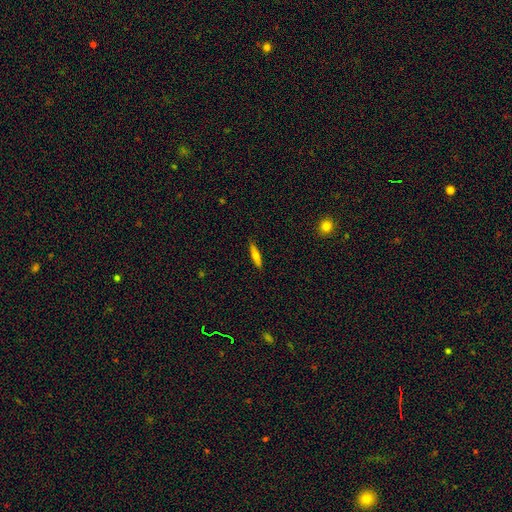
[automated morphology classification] Overall: smooth (64%; featured or disk 29%). How rounded: cigar-shaped (83%). Merging: none (88%).